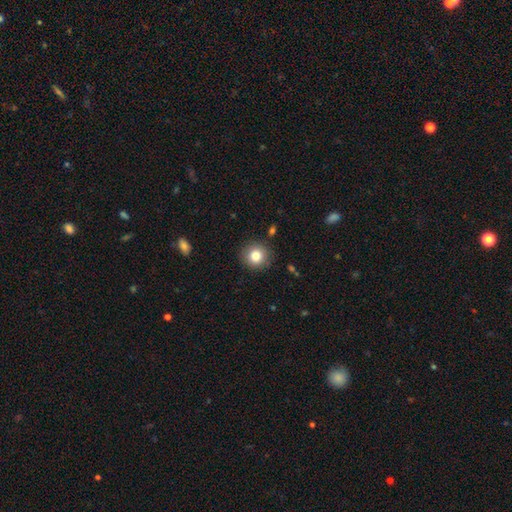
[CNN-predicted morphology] Smooth or featured?
  - smooth: 81% *
  - star or artifact: 10%
  - featured or disk: 8%
How rounded?
  - round: 92% *
  - in between: 7%
  - cigar-shaped: 1%
Merging?
  - none: 88% *
  - minor disturbance: 8%
  - major disturbance: 2%
  - merger: 2%